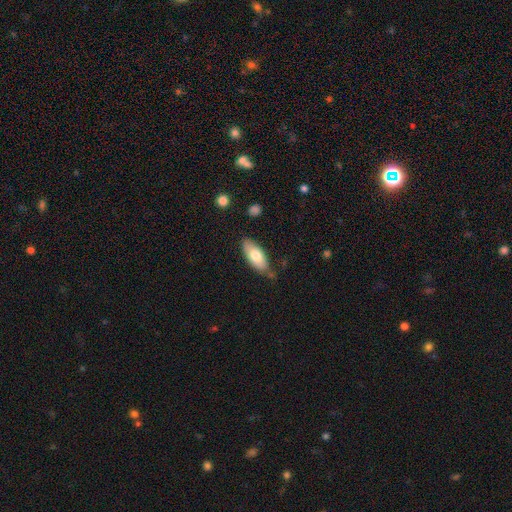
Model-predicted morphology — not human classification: Smooth or featured: smooth — 74% (featured or disk — 20%)
How rounded: in between — 84% (cigar-shaped — 14%)
Merging: none — 74% (minor disturbance — 19%)